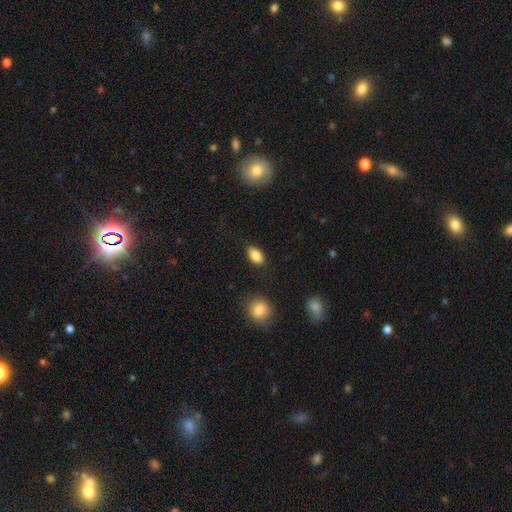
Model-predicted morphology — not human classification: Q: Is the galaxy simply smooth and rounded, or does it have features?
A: smooth — 85%.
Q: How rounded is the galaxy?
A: in between — 90%.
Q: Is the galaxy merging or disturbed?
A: none — 86%.